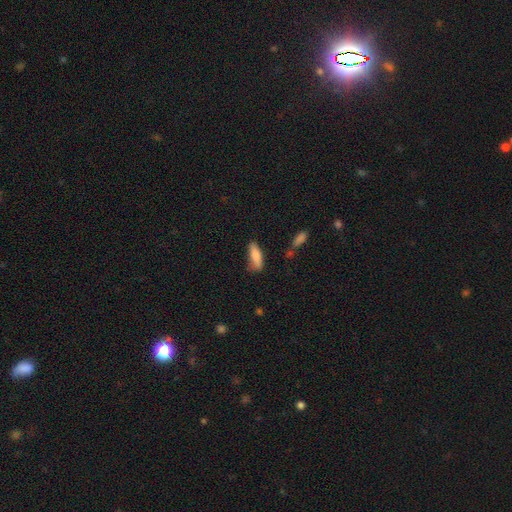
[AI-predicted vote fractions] A smooth galaxy with no disk features (82%) that is in between round and cigar-shaped (58%). Merging: none (59%).